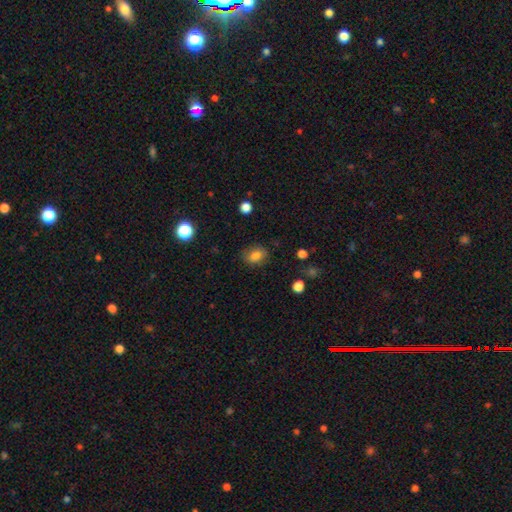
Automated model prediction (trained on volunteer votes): This appears to be a smooth galaxy with no disk features (81%) that is in between round and cigar-shaped (64%). Merging: none (82%).